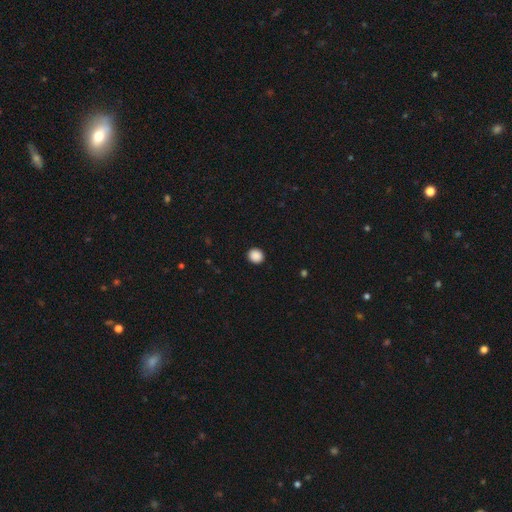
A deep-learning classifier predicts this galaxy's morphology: Smooth or featured?
  - smooth: 89% *
  - star or artifact: 9%
  - featured or disk: 2%
How rounded?
  - round: 81% *
  - in between: 18%
  - cigar-shaped: 1%
Merging?
  - none: 92% *
  - minor disturbance: 5%
  - major disturbance: 2%
  - merger: 1%